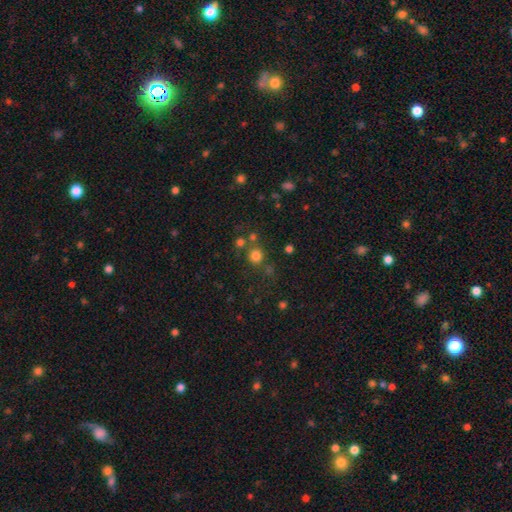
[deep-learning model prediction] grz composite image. It shows a smooth galaxy with no disk features (76%) that is round (89%). Merging: none (70%).